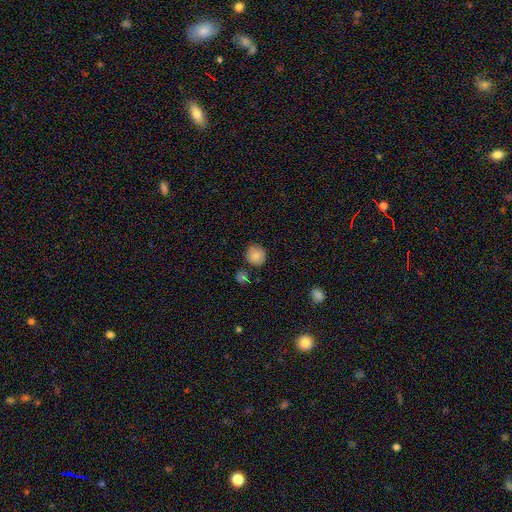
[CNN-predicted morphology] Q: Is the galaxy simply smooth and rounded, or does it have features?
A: smooth — 85%.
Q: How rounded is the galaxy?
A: round — 91%.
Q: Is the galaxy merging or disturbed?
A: none — 83%.